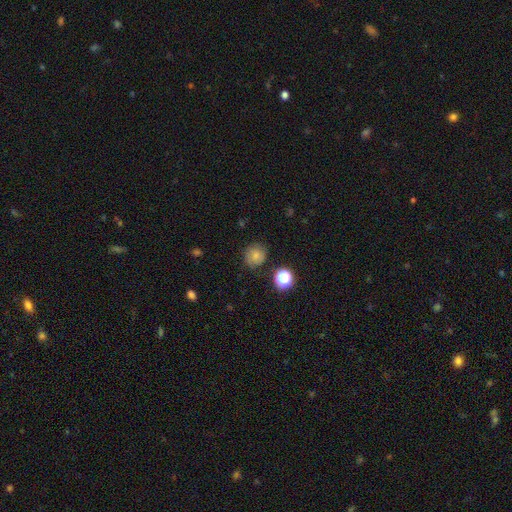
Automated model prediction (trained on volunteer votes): smooth 74%, star or artifact 15%, featured or disk 11%. Down the decision tree: how rounded — round (87%); merging — none (80%).